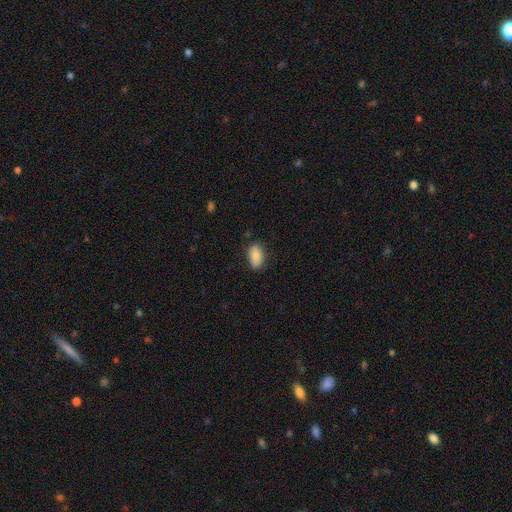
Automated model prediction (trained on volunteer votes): Morphology: type=smooth (84%); roundness=in between (92%); merging=none (81%).